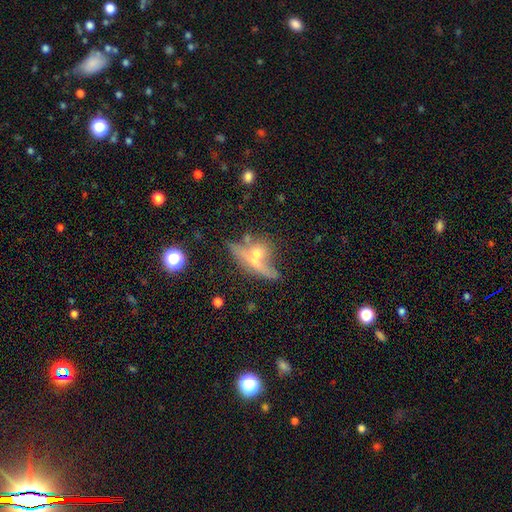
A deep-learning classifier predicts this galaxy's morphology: This appears to be a featured or disk galaxy (51%) viewed edge-on (53%). Merging: none (39%).